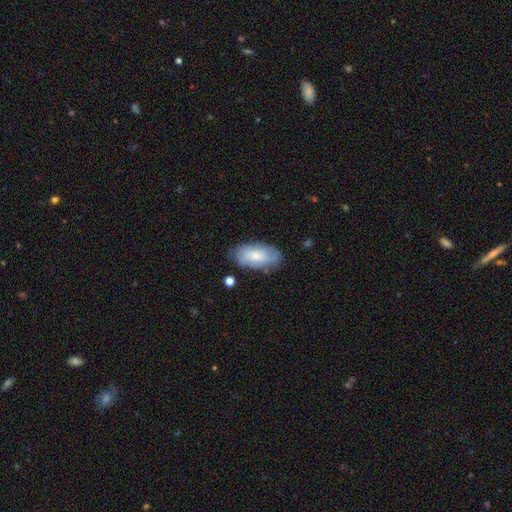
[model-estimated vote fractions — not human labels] smooth-or-featured: smooth: 70% | featured or disk: 23% | star or artifact: 6%
  how-rounded: in between: 92% | cigar-shaped: 5% | round: 3%
  merging: none: 73% | minor disturbance: 20% | major disturbance: 5% | merger: 2%